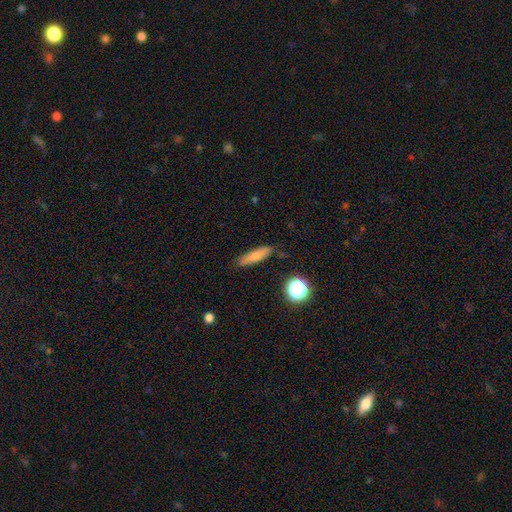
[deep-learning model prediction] Morphology: type=smooth (75%); roundness=cigar-shaped (74%); merging=none (84%).